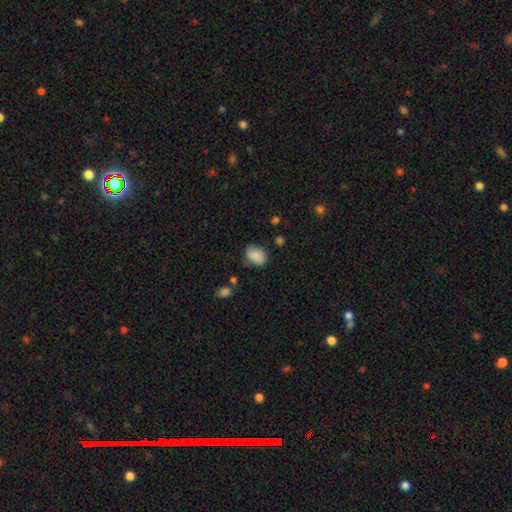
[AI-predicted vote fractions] smooth 83%, featured or disk 9%, star or artifact 8%. Down the decision tree: how rounded — in between (64%); merging — none (66%).